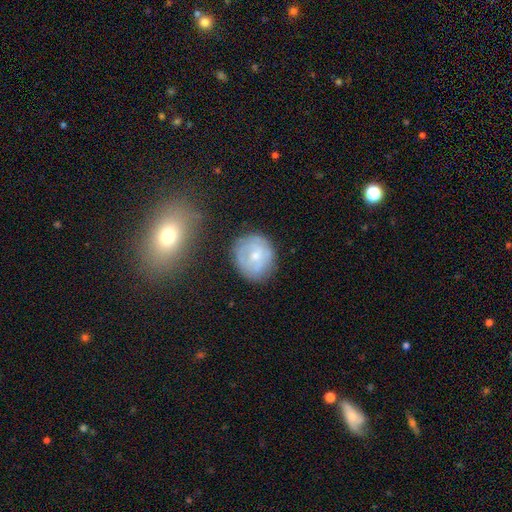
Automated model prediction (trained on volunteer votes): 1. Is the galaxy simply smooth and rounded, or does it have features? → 50% featured or disk, 42% smooth, 8% star or artifact.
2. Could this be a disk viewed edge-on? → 97% no, 3% yes.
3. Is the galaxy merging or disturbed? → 72% none, 18% minor disturbance, 7% major disturbance, 3% merger.